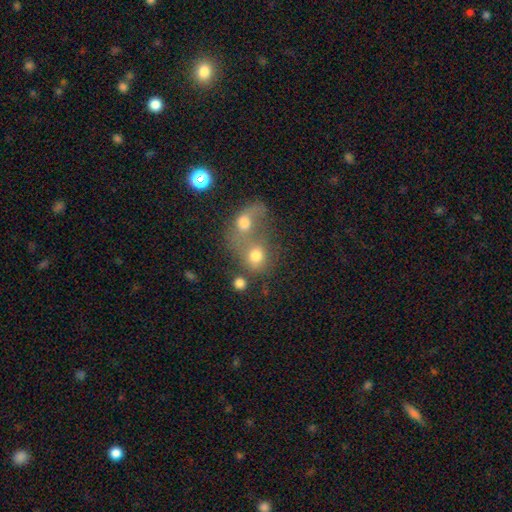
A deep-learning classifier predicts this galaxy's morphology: This appears to be a smooth galaxy with no disk features (67%) that is round (58%). Merging: merger (69%).